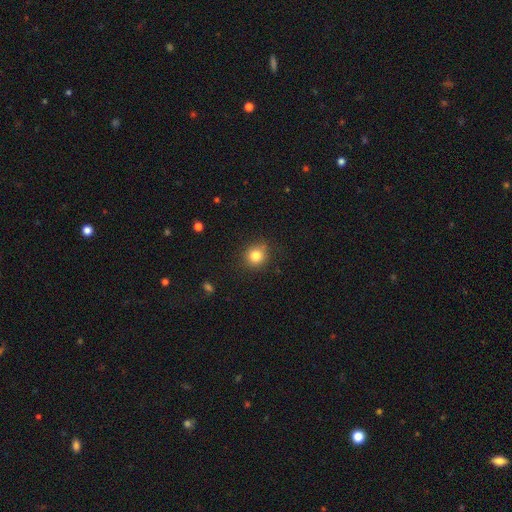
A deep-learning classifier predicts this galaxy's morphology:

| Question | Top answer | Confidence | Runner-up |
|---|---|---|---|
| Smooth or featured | smooth | 82% | star or artifact (12%) |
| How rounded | round | 87% | in between (12%) |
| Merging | none | 84% | minor disturbance (12%) |